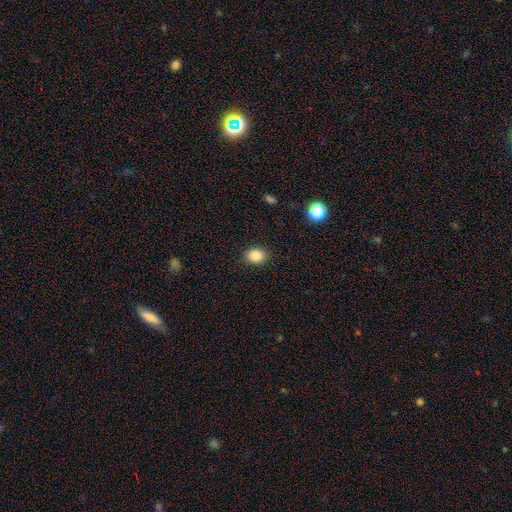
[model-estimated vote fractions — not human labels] A smooth galaxy with no disk features (85%) that is in between round and cigar-shaped (55%).

Vote fractions:
- Smooth or featured? smooth: 85% / star or artifact: 10% / featured or disk: 5%
- How rounded? in between: 55% / round: 44% / cigar-shaped: 1%
- Merging? none: 89% / minor disturbance: 8% / major disturbance: 2% / merger: 1%